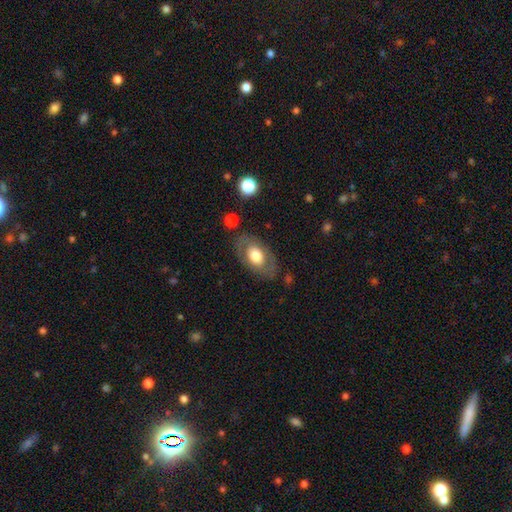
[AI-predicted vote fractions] Morphology: type=smooth (56%); roundness=in between (88%); merging=none (78%).